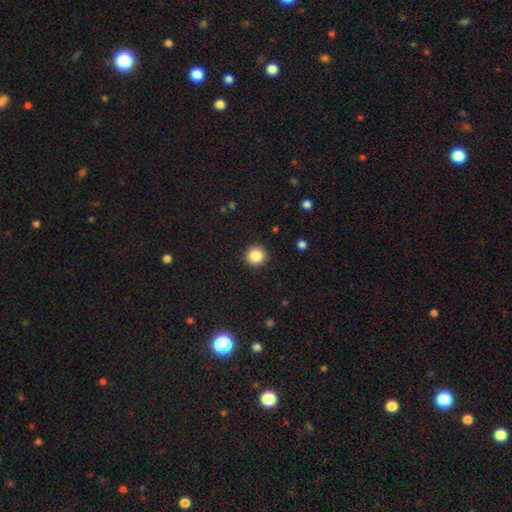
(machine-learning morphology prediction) type=smooth (86%); roundness=round (95%); merging=none (92%).